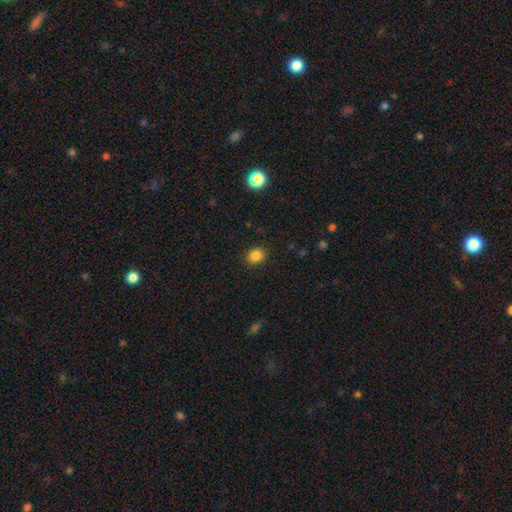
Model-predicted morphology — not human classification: This is clearly a smooth galaxy (85%). How rounded: possibly round (58%). Merging: clearly none (89%).